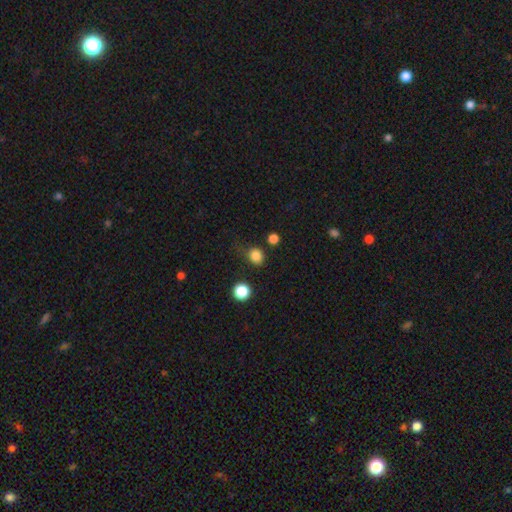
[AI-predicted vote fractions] smooth_or_featured: smooth (p=0.83) [alt: star or artifact p=0.13]
how_rounded: round (p=0.75) [alt: in between p=0.24]
merging: none (p=0.72) [alt: minor disturbance p=0.18]